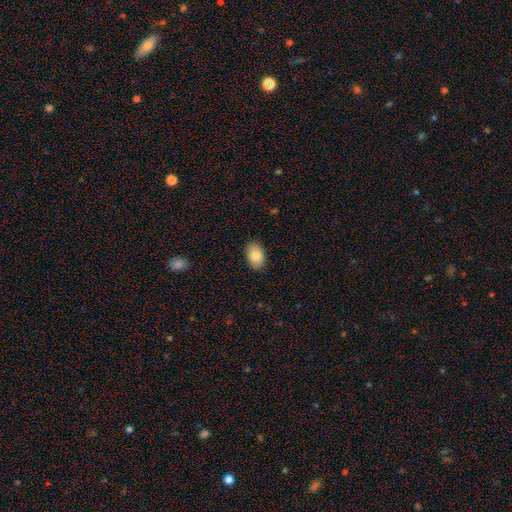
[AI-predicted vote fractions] Morphology: type=smooth (83%); roundness=in between (87%); merging=none (89%).